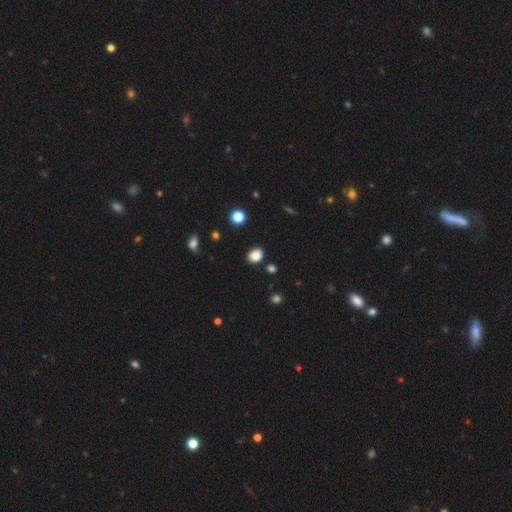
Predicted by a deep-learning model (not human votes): The model was most divided on "how rounded": in between: 59%, round: 40%, cigar-shaped: 1%. More confident: smooth or featured — smooth (86%); merging — none (86%).